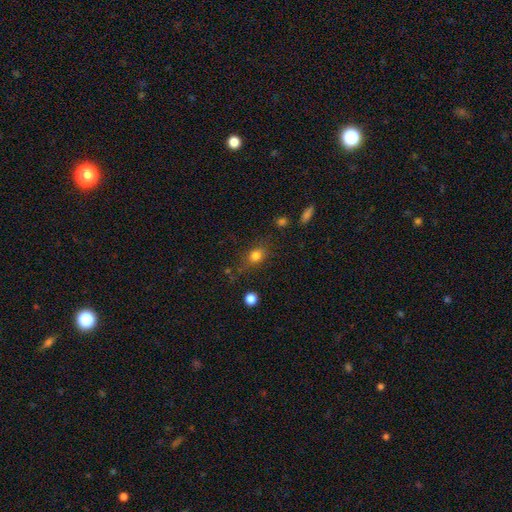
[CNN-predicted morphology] The model was most divided on "how rounded": in between: 53%, round: 44%, cigar-shaped: 2%. More confident: smooth or featured — smooth (79%); merging — none (74%).